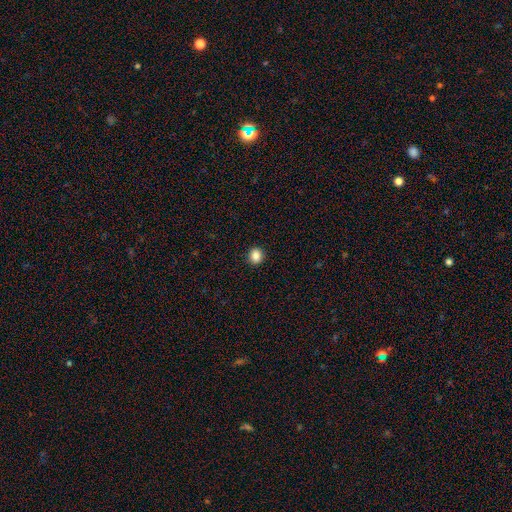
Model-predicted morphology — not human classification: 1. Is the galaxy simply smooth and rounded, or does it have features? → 86% smooth, 10% star or artifact, 3% featured or disk.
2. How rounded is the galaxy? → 78% round, 22% in between, 1% cigar-shaped.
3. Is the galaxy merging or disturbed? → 92% none, 5% minor disturbance, 2% major disturbance, 1% merger.